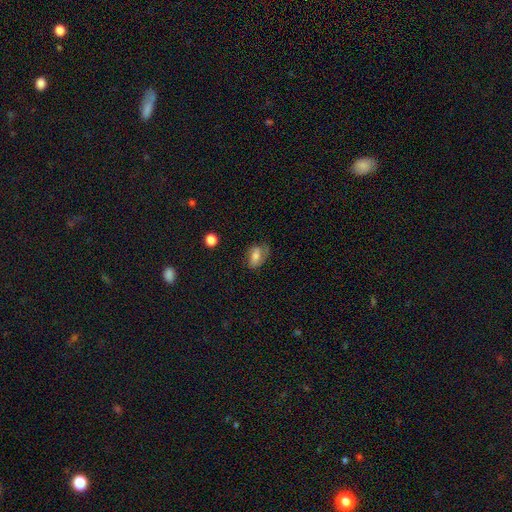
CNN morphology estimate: Smooth or featured: smooth — 53% (featured or disk — 38%)
How rounded: in between — 85% (round — 12%)
Merging: none — 55% (minor disturbance — 27%)